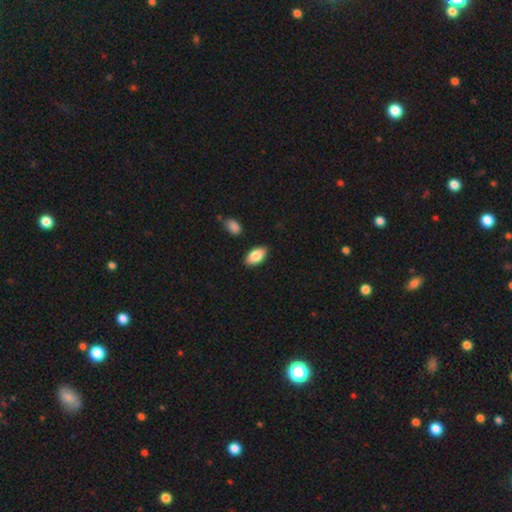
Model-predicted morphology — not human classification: Smooth or featured? smooth (83%)
How rounded? in between (93%)
Merging? none (85%)